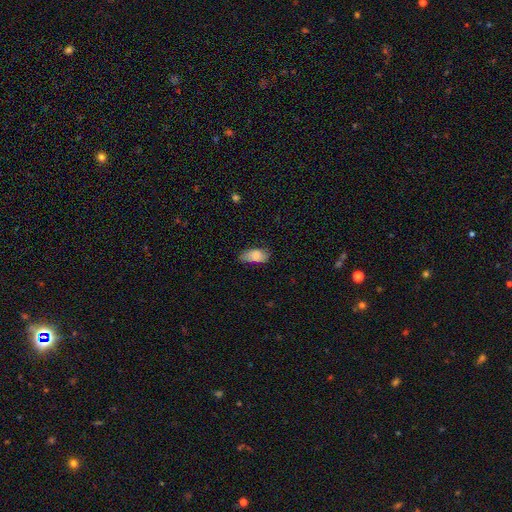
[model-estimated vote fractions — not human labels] Q: Smooth or featured?
A: smooth (78%); runner-up: featured or disk (14%)
Q: How rounded?
A: in between (91%); runner-up: cigar-shaped (5%)
Q: Merging?
A: none (52%); runner-up: minor disturbance (35%)